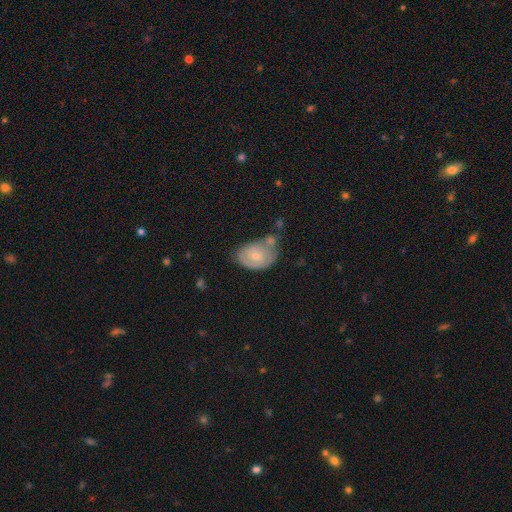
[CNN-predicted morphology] This is possibly a smooth galaxy (47%, tied with featured or disk). Merging: marginally none (41%).